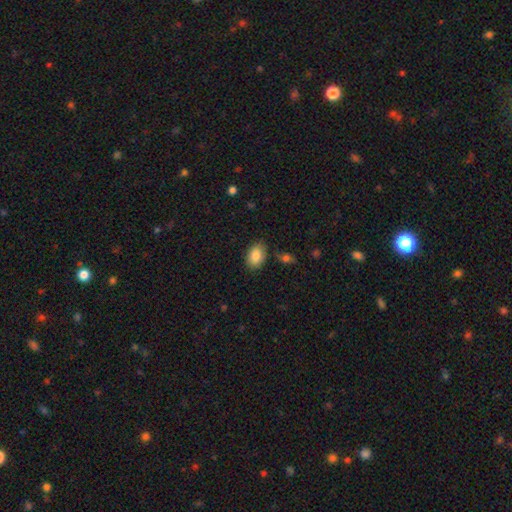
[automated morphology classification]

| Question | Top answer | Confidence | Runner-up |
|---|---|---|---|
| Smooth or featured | smooth | 86% | star or artifact (7%) |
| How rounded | in between | 87% | round (12%) |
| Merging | none | 82% | minor disturbance (13%) |